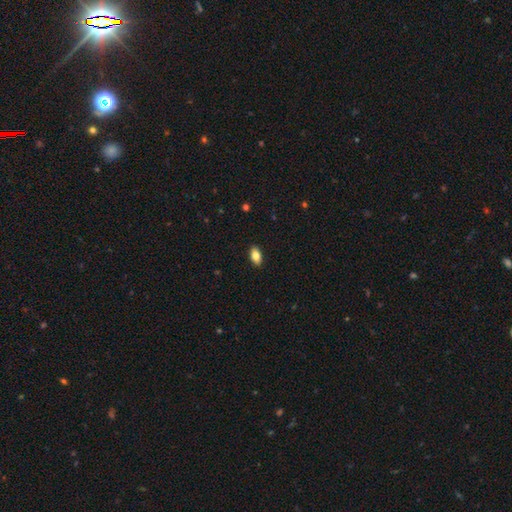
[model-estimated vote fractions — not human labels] smooth_or_featured: smooth (p=0.82) [alt: featured or disk p=0.10]
how_rounded: in between (p=0.91) [alt: round p=0.05]
merging: none (p=0.89) [alt: minor disturbance p=0.08]